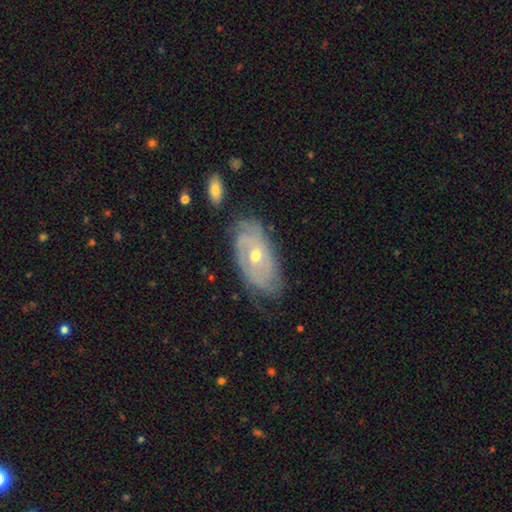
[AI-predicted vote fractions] Overall: featured or disk (78%). Edge-on disk: no (93%). Bar: no (73%). Spiral arms: yes (86%). Spiral arm count: can't tell (50%; 2 21%). Spiral winding: tight (65%). Bulge size: moderate (53%; small 44%). Merging: none (65%).